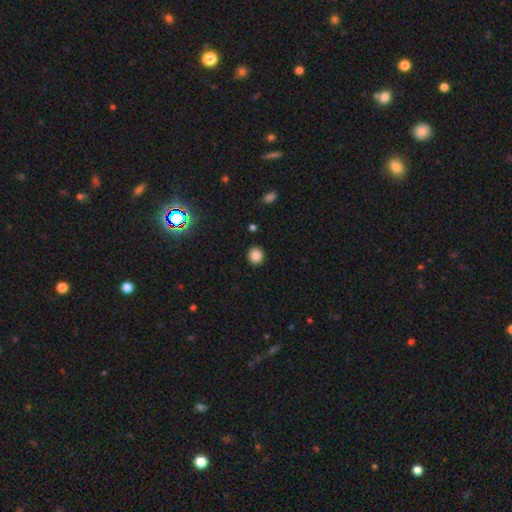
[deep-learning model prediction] A smooth galaxy with no disk features (84%) that is round (87%).

Vote fractions:
- Smooth or featured? smooth: 84% / star or artifact: 11% / featured or disk: 5%
- How rounded? round: 87% / in between: 12% / cigar-shaped: 1%
- Merging? none: 92% / minor disturbance: 5% / major disturbance: 2% / merger: 1%